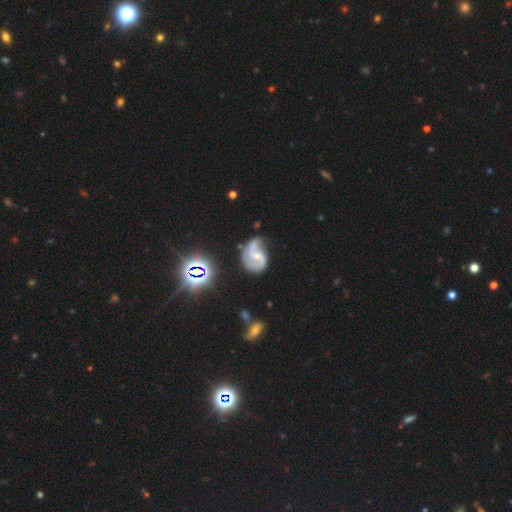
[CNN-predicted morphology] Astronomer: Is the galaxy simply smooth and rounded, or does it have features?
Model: featured or disk — 86%.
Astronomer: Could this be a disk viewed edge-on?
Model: no — 98%.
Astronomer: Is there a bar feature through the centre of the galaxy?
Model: weak — 46% (runner-up: no, 38%).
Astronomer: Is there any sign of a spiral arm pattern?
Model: yes — 96%.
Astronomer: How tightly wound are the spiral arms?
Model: medium — 53%.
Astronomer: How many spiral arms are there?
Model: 2 — 83%.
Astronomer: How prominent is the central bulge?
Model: small — 57% (runner-up: moderate, 34%).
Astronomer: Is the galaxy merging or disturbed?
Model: none — 46% (runner-up: minor disturbance, 27%).